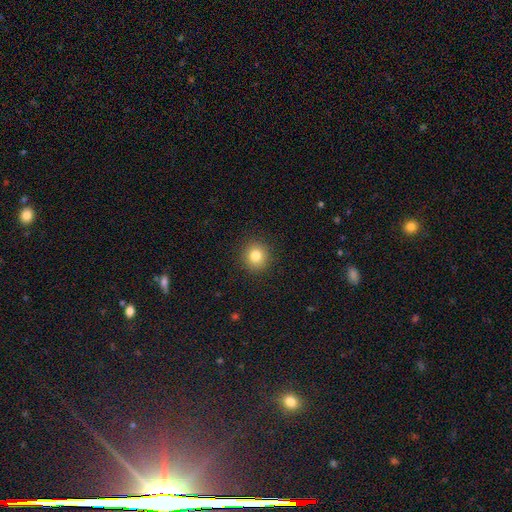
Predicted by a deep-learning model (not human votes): Q: Smooth or featured?
A: smooth (82%); runner-up: star or artifact (11%)
Q: How rounded?
A: round (89%); runner-up: in between (10%)
Q: Merging?
A: none (91%); runner-up: minor disturbance (6%)